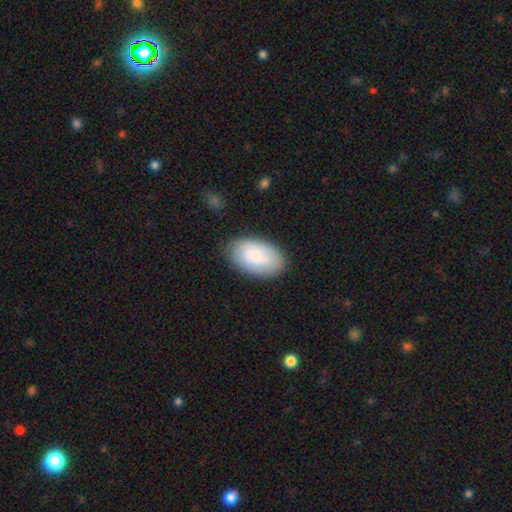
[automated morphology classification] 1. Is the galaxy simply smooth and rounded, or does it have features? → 75% smooth, 19% featured or disk, 7% star or artifact.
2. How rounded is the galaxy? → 94% in between, 5% round, 1% cigar-shaped.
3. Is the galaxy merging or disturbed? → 82% none, 13% minor disturbance, 3% major disturbance, 1% merger.